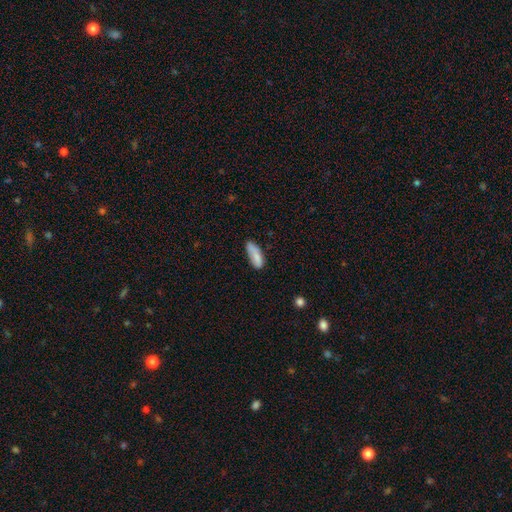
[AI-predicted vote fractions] The model was most divided on "merging": none: 59%, minor disturbance: 29%, major disturbance: 8%, merger: 4%. More confident: smooth or featured — smooth (80%); how rounded — in between (68%).